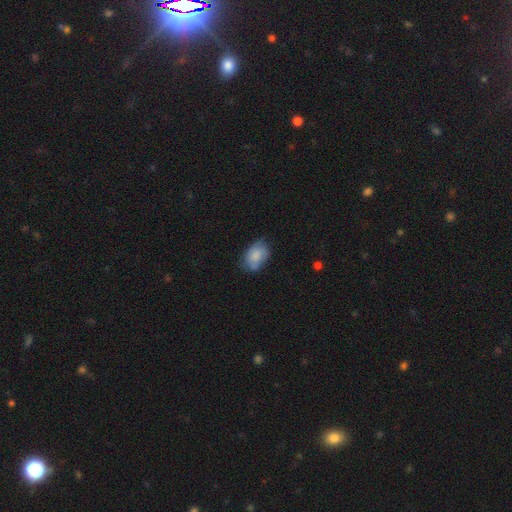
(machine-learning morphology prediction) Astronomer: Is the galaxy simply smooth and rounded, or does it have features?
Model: smooth — 78%.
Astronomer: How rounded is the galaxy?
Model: in between — 87%.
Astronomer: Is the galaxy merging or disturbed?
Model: none — 58%.